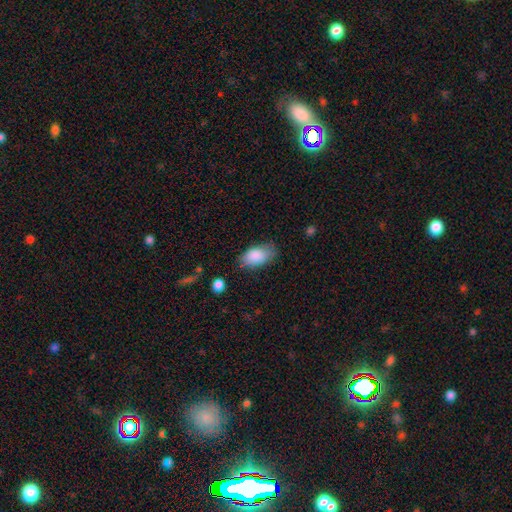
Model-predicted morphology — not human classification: This appears to be a smooth galaxy with no disk features (87%) that is in between round and cigar-shaped (93%). Merging: none (71%).